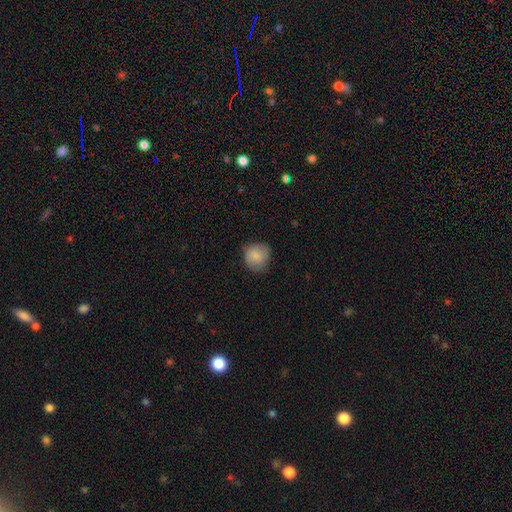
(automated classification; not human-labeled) This appears to be a smooth galaxy with no disk features (84%) that is round (82%). Merging: none (71%).